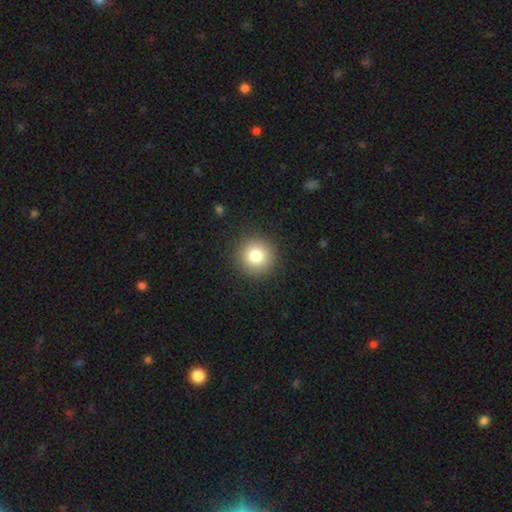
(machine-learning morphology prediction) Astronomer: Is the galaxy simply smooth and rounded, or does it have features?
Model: smooth — 81%.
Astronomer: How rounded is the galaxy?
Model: round — 95%.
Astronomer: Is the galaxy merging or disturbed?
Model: none — 91%.